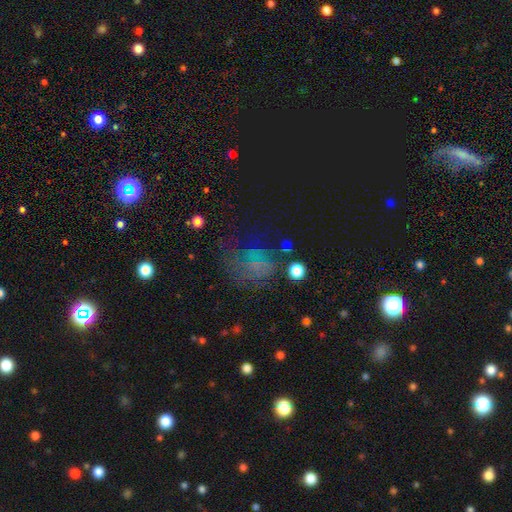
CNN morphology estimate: This appears to be a smooth galaxy with no disk features (37%). Merging: none (46%).